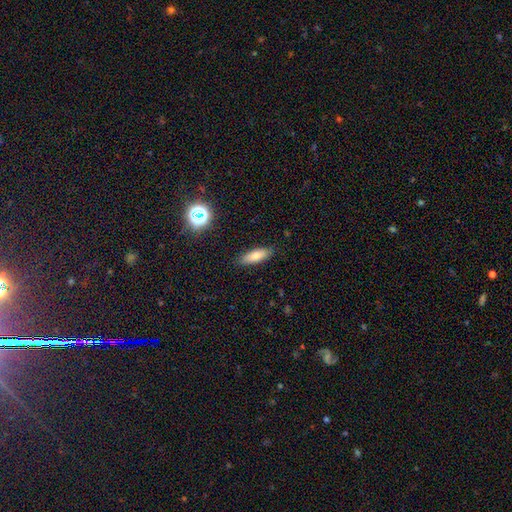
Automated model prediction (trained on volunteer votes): Smooth or featured: smooth — 76% (featured or disk — 14%)
How rounded: in between — 52% (cigar-shaped — 45%)
Merging: none — 87% (minor disturbance — 10%)